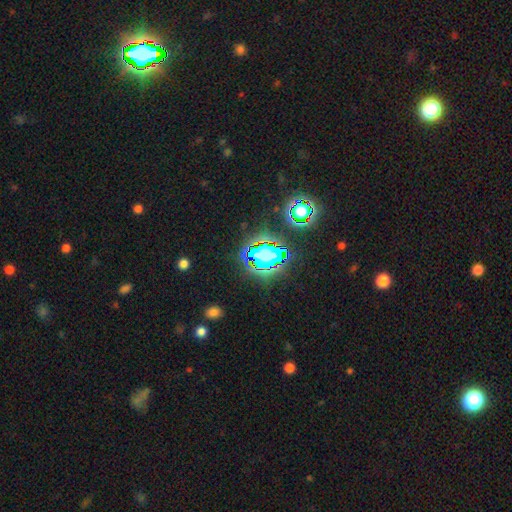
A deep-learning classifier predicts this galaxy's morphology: smooth_or_featured: star or artifact (p=0.66) [alt: smooth p=0.22]